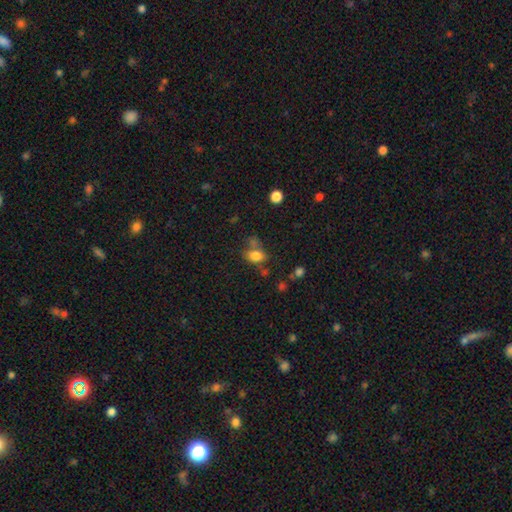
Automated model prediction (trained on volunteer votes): A smooth galaxy with no disk features (78%) that is in between round and cigar-shaped (72%).

Vote fractions:
- Smooth or featured? smooth: 78% / star or artifact: 12% / featured or disk: 10%
- How rounded? in between: 72% / round: 26% / cigar-shaped: 2%
- Merging? none: 49% / merger: 21% / minor disturbance: 20% / major disturbance: 11%